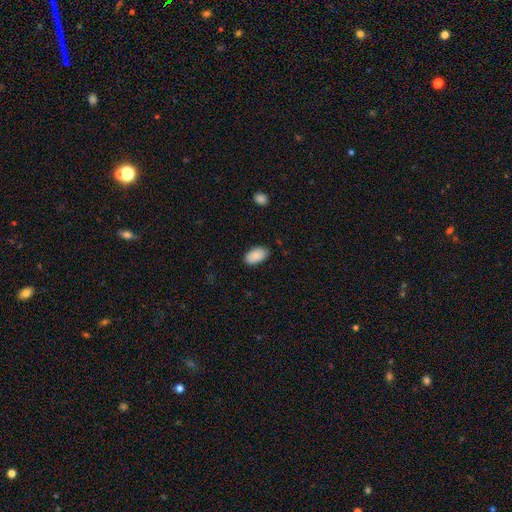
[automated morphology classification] smooth_or_featured: smooth (p=0.88) [alt: star or artifact p=0.07]
how_rounded: in between (p=0.94) [alt: round p=0.05]
merging: none (p=0.82) [alt: minor disturbance p=0.14]